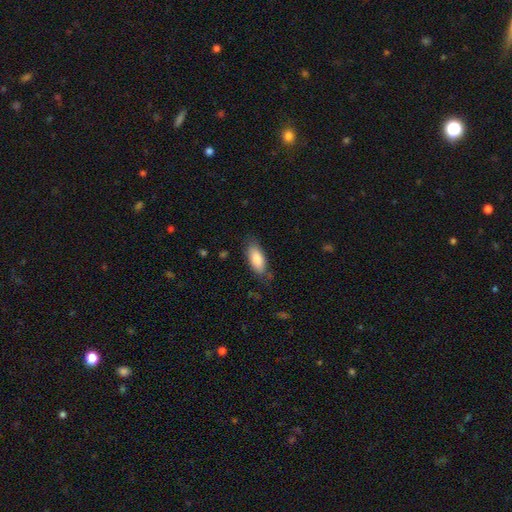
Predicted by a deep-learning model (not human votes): This appears to be a smooth galaxy with no disk features (85%) that is in between round and cigar-shaped (86%). Merging: none (74%).